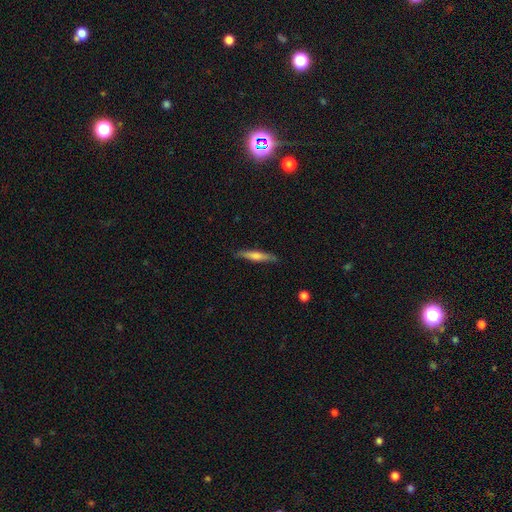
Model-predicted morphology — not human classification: This appears to be a smooth galaxy with no disk features (48%). Merging: none (87%).